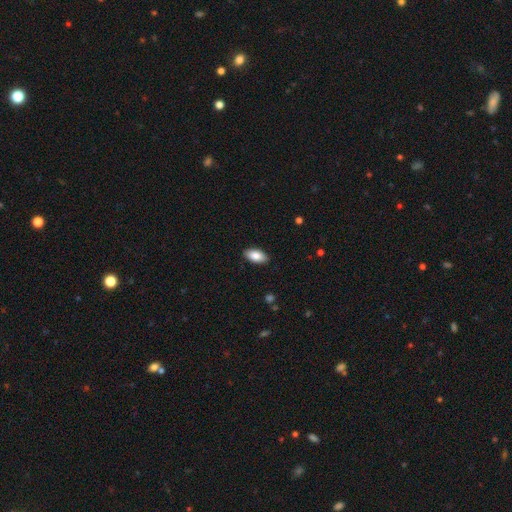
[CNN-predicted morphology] A smooth galaxy with no disk features (86%) that is in between round and cigar-shaped (94%).

Vote fractions:
- Smooth or featured? smooth: 86% / featured or disk: 7% / star or artifact: 6%
- How rounded? in between: 94% / cigar-shaped: 4% / round: 2%
- Merging? none: 88% / minor disturbance: 9% / major disturbance: 2% / merger: 1%